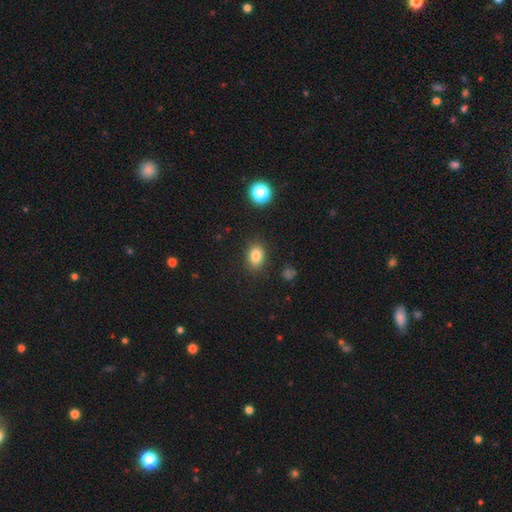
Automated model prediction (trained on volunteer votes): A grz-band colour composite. It shows a smooth galaxy with no disk features (83%) that is in between round and cigar-shaped (67%). Merging: none (86%).